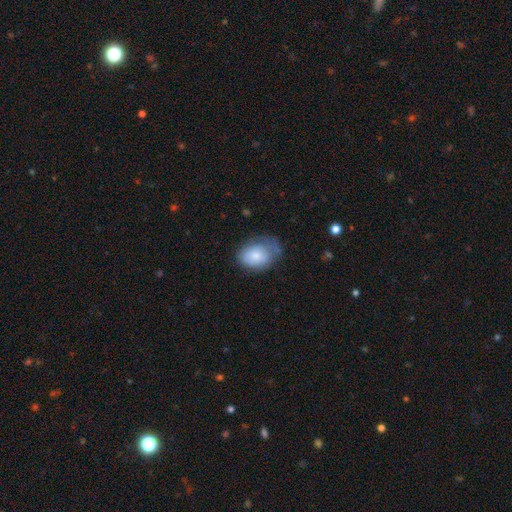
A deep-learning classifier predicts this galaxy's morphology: Q: Smooth or featured?
A: smooth (77%); runner-up: featured or disk (16%)
Q: How rounded?
A: in between (73%); runner-up: round (26%)
Q: Merging?
A: none (45%); runner-up: minor disturbance (36%)